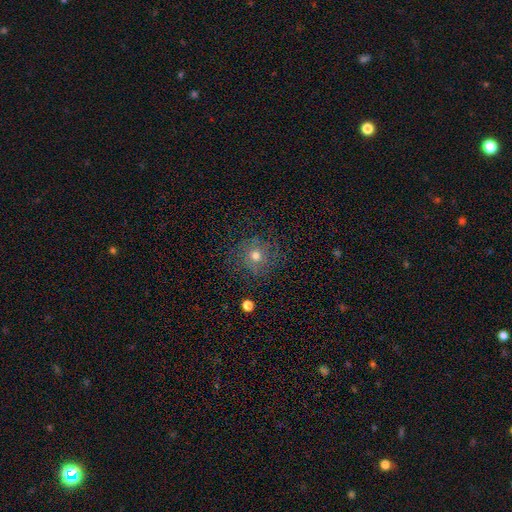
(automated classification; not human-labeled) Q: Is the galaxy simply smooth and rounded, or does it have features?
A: smooth — 57%.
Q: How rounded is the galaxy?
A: round — 91%.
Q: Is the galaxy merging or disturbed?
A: none — 80%.